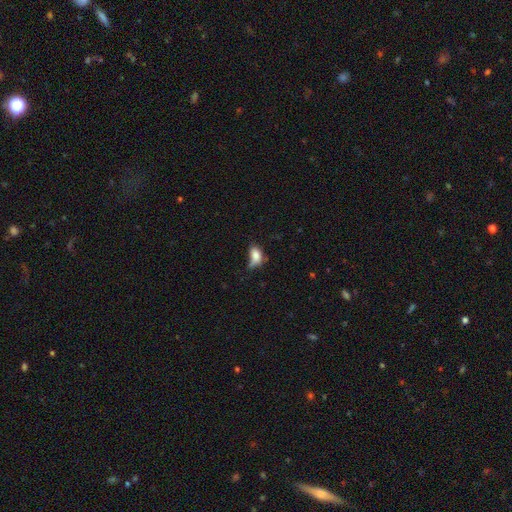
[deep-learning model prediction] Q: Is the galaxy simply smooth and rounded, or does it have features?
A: smooth — 78%.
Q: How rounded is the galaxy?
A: in between — 85%.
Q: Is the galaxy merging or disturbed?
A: minor disturbance — 37%.